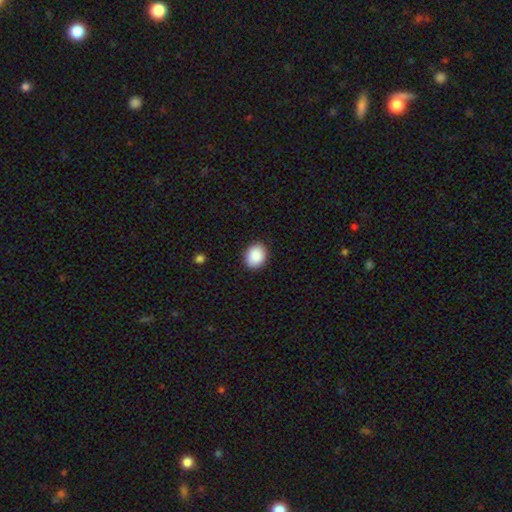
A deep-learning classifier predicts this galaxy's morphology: The model was most divided on "how rounded": round: 54%, in between: 46%, cigar-shaped: 1%. More confident: smooth or featured — smooth (90%); merging — none (89%).